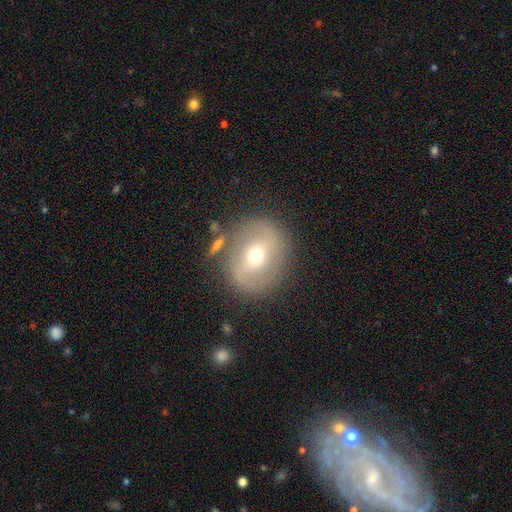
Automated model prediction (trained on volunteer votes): A featured or disk galaxy (50%). Merging: none (79%).